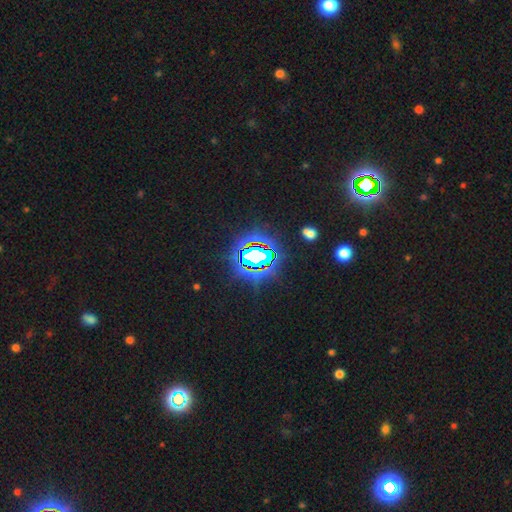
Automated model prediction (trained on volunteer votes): The model was most divided on "smooth or featured": star or artifact: 76%, smooth: 12%, featured or disk: 12%.